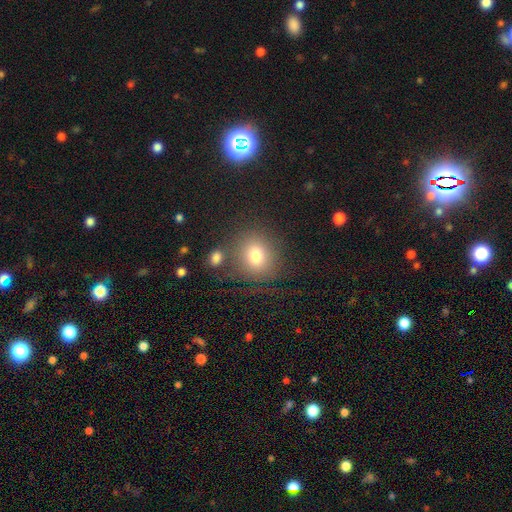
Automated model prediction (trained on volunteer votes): The model was most divided on "how rounded": round: 78%, in between: 21%, cigar-shaped: 1%. More confident: smooth or featured — smooth (75%); merging — none (71%).